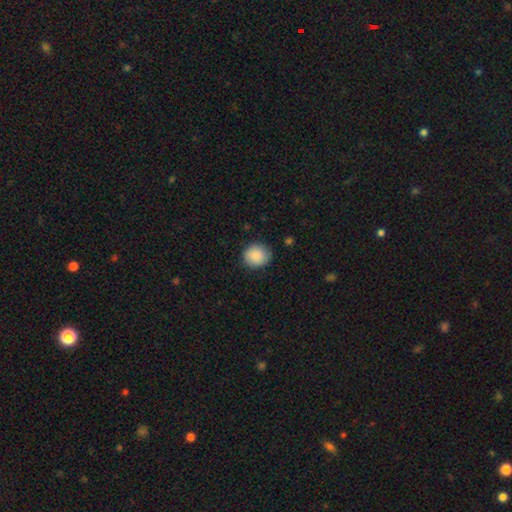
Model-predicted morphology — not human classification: Smooth or featured? smooth (88%)
How rounded? round (84%)
Merging? none (86%)